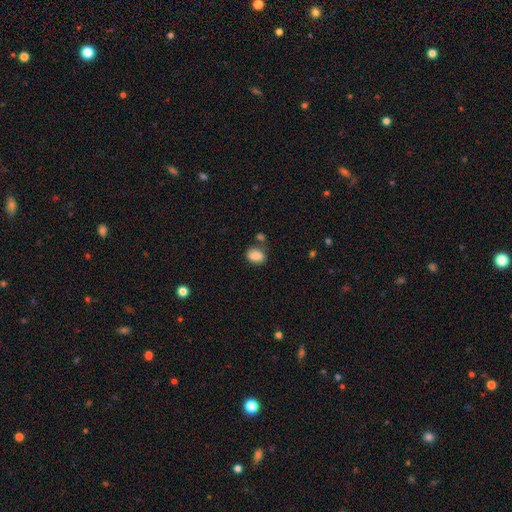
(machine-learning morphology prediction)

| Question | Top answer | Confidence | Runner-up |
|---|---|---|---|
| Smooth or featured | smooth | 84% | star or artifact (9%) |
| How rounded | in between | 67% | round (32%) |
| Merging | none | 64% | minor disturbance (18%) |